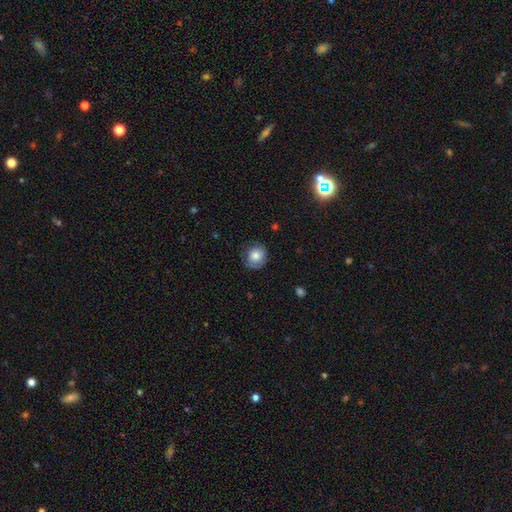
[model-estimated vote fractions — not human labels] Smooth or featured?
  - smooth: 76% *
  - featured or disk: 15%
  - star or artifact: 8%
How rounded?
  - round: 82% *
  - in between: 17%
  - cigar-shaped: 1%
Merging?
  - none: 73% *
  - minor disturbance: 20%
  - major disturbance: 5%
  - merger: 1%